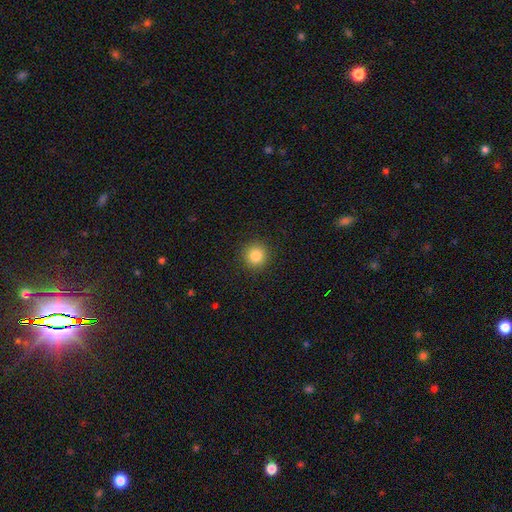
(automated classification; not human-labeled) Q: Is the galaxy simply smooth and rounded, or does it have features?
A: smooth — 84%.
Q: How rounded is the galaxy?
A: round — 93%.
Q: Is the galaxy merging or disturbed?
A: none — 91%.